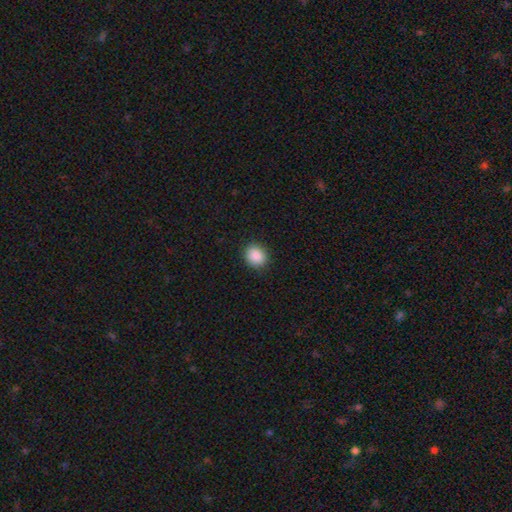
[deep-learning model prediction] Smooth or featured? smooth (89%)
How rounded? round (78%)
Merging? none (90%)